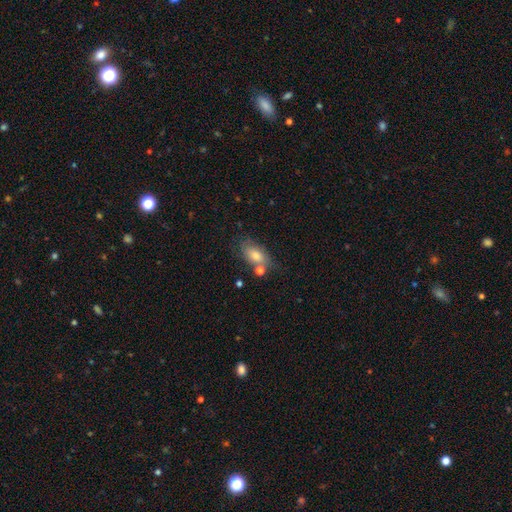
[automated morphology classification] smooth_or_featured: smooth (p=0.73) [alt: featured or disk p=0.17]
how_rounded: in between (p=0.87) [alt: round p=0.08]
merging: none (p=0.60) [alt: minor disturbance p=0.19]